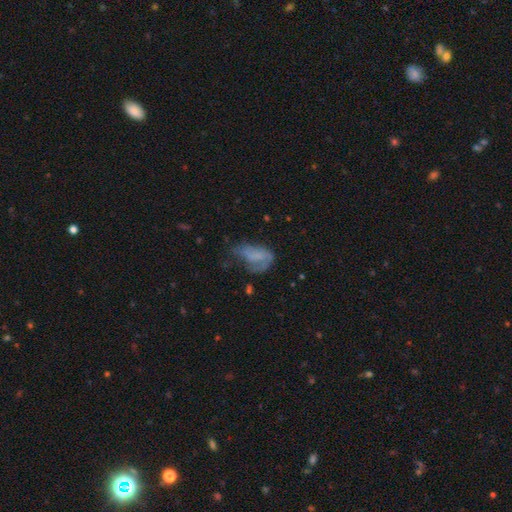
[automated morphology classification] A smooth galaxy with no disk features (46%). Merging: major disturbance (44%).